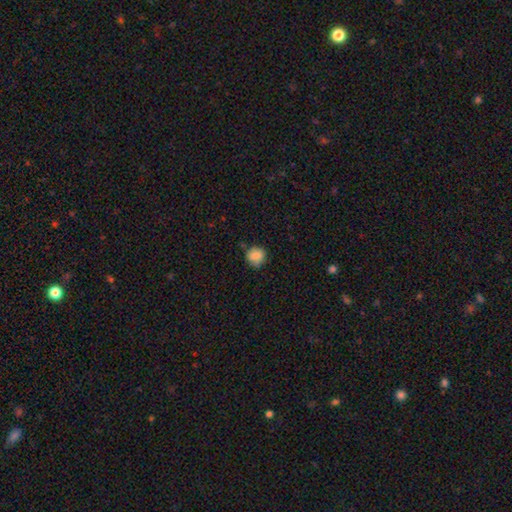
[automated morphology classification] type=smooth (85%); roundness=round (87%); merging=none (77%).